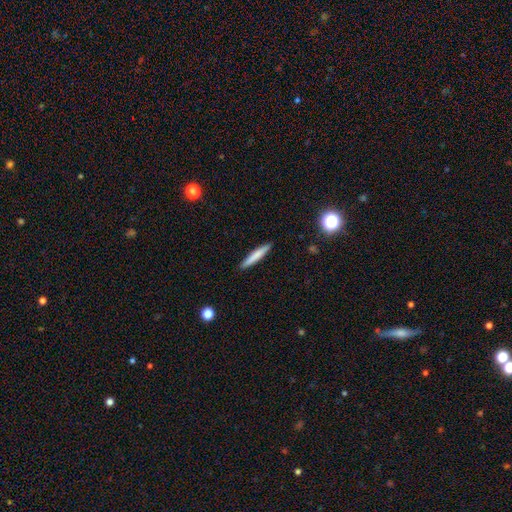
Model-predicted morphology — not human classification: Smooth or featured: smooth — 71% (featured or disk — 23%)
How rounded: cigar-shaped — 94% (in between — 5%)
Merging: none — 91% (minor disturbance — 6%)